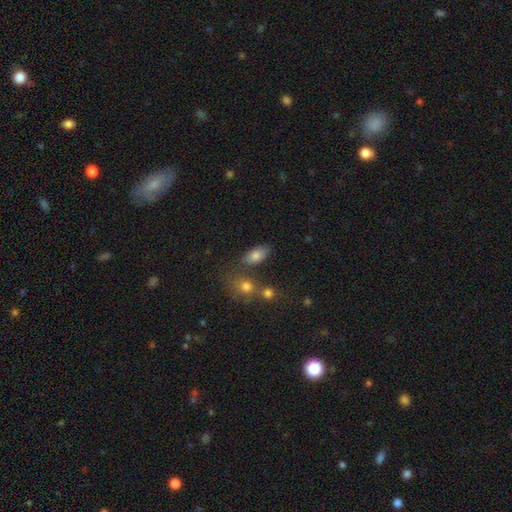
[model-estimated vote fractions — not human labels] This is likely a smooth galaxy (78%). How rounded: clearly in between (87%). Merging: likely none (64%).